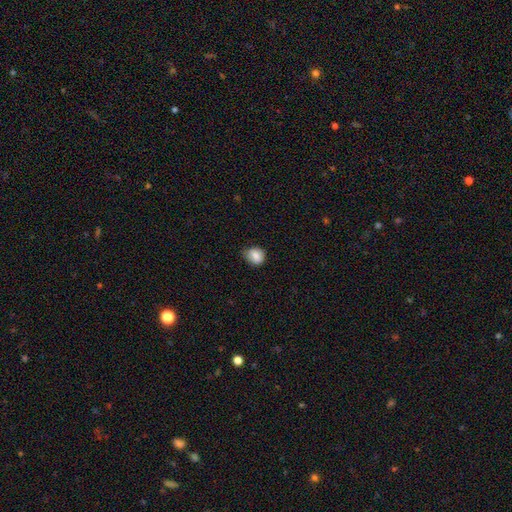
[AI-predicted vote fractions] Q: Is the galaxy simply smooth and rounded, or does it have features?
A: smooth — 82%.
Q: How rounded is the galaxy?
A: round — 66%.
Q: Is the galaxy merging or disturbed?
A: none — 70%.